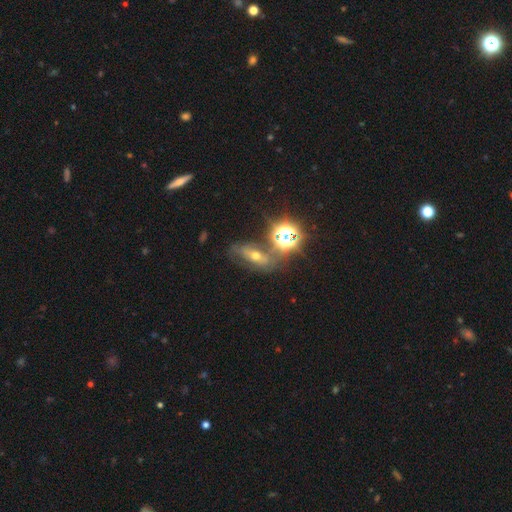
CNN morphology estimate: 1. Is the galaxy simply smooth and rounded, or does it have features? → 35% star or artifact, 34% smooth, 31% featured or disk.